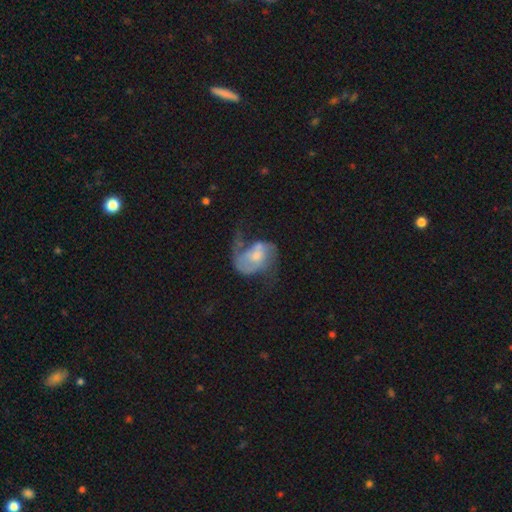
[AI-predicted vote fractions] Morphology: type=featured or disk (72%); edge-on=no (97%); bar=no (59%); spiral arms=yes (84%); winding=loose (55%); arm count=2 (79%); bulge=moderate (45%); merging=major disturbance (36%).